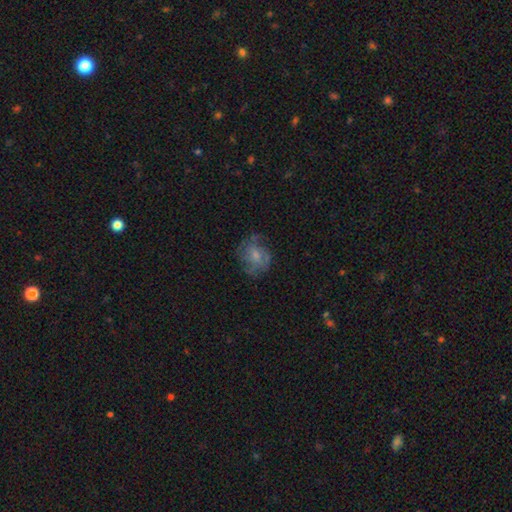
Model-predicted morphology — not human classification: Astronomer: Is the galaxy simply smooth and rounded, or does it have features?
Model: featured or disk — 50% (runner-up: smooth, 40%).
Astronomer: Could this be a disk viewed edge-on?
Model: no — 97%.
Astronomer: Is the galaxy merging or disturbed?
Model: none — 59%.